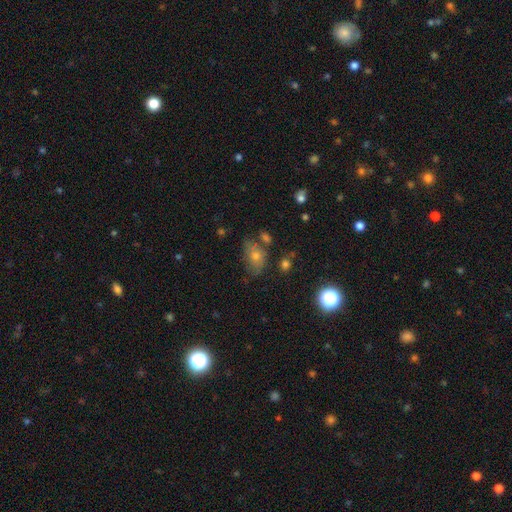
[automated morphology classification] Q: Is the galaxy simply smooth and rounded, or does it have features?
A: smooth — 55%.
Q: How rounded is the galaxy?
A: in between — 73%.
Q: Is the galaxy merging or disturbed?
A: none — 58%.